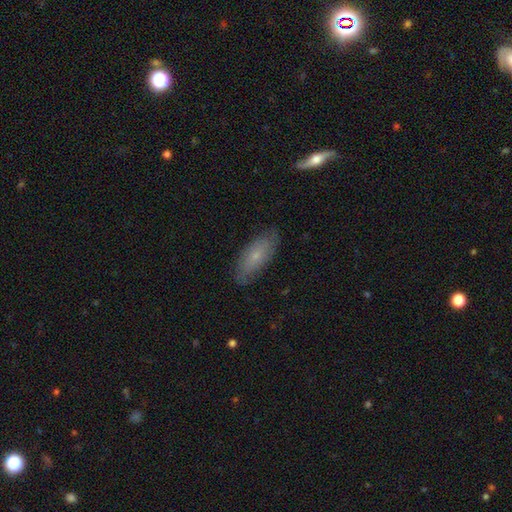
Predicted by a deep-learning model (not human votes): The model was most divided on "smooth or featured": smooth: 59%, featured or disk: 34%, star or artifact: 7%. More confident: merging — none (80%); how rounded — in between (74%).